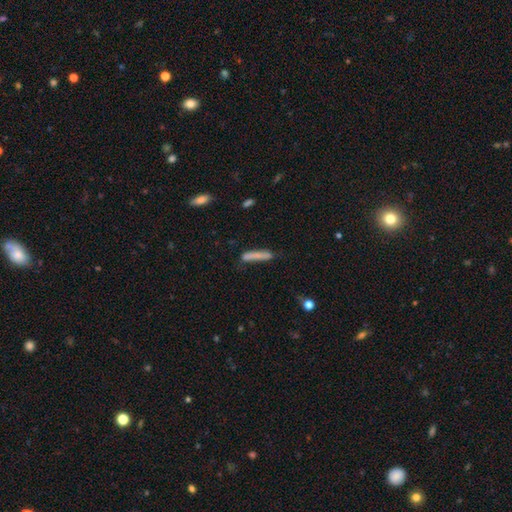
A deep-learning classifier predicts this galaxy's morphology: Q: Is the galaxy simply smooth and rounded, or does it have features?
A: smooth — 77%.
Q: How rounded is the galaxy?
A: cigar-shaped — 92%.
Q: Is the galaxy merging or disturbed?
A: none — 68%.